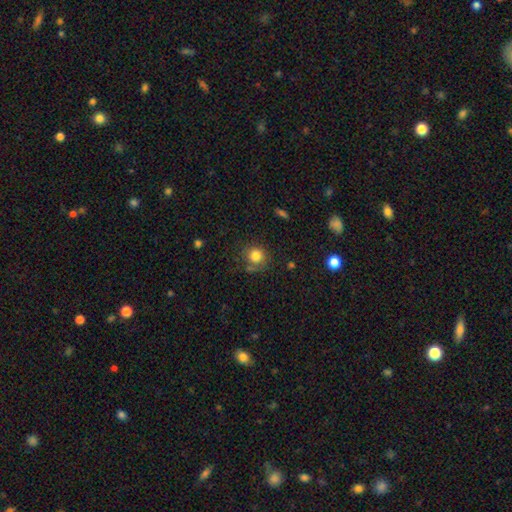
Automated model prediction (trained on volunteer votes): Smooth or featured? Predicted: smooth (p=0.81). How rounded? Predicted: round (p=0.89). Merging? Predicted: none (p=0.70).